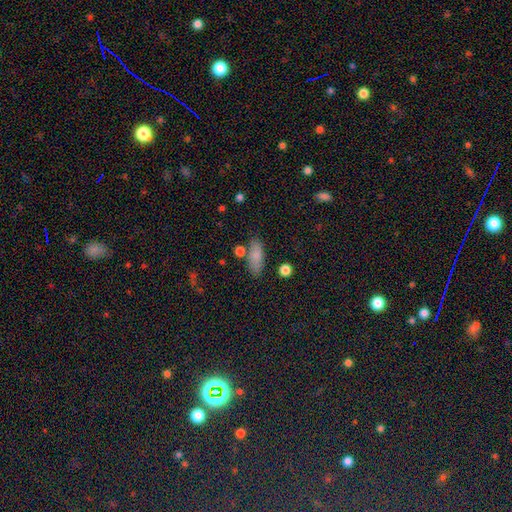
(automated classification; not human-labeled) The model was most divided on "how rounded": in between: 77%, cigar-shaped: 20%, round: 4%. More confident: smooth or featured — smooth (83%); merging — none (74%).